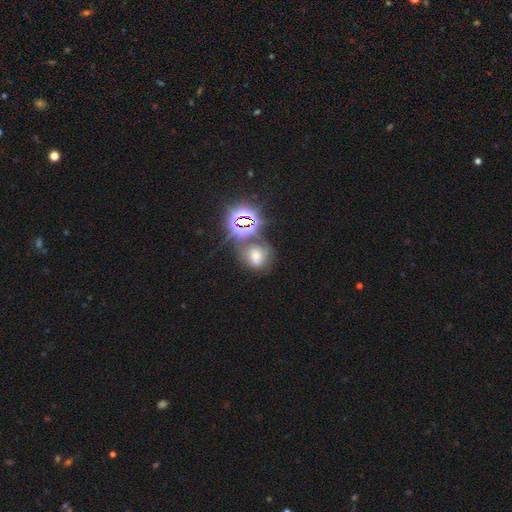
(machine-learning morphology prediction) A star or artifact, not a galaxy (43%).